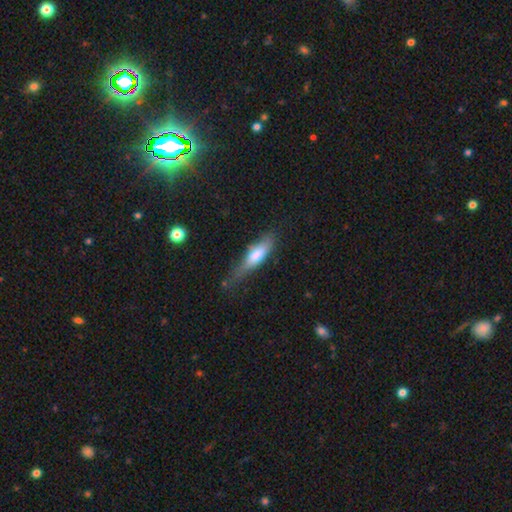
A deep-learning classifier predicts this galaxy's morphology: smooth-or-featured: smooth: 67% | featured or disk: 27% | star or artifact: 6%
  how-rounded: cigar-shaped: 55% | in between: 43% | round: 2%
  merging: none: 48% | minor disturbance: 34% | major disturbance: 15% | merger: 3%